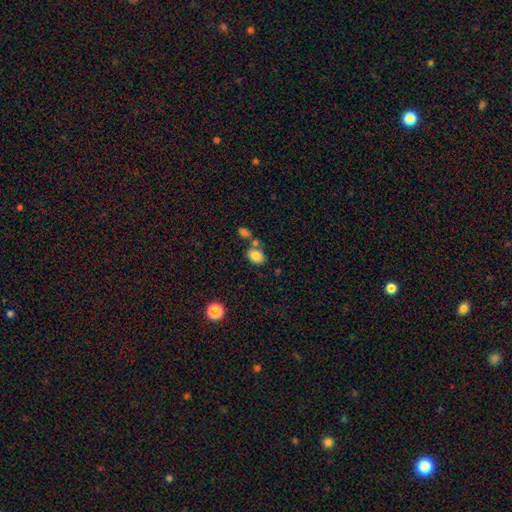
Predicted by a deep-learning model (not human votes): smooth-or-featured: smooth: 83% | star or artifact: 10% | featured or disk: 7%
  how-rounded: in between: 72% | round: 27% | cigar-shaped: 1%
  merging: none: 58% | merger: 24% | minor disturbance: 13% | major disturbance: 5%